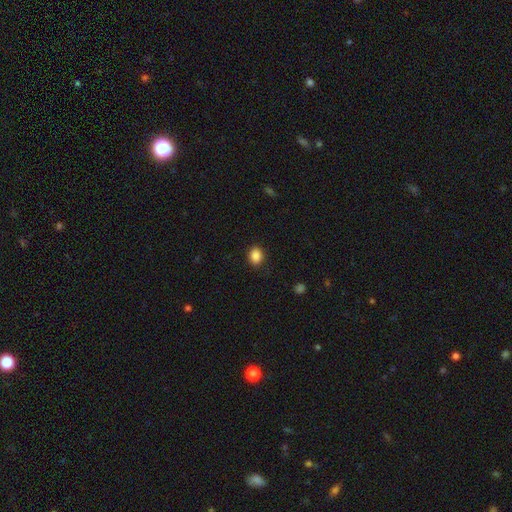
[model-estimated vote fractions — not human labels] This is clearly a smooth galaxy (88%). How rounded: possibly round (50%). Merging: clearly none (88%).